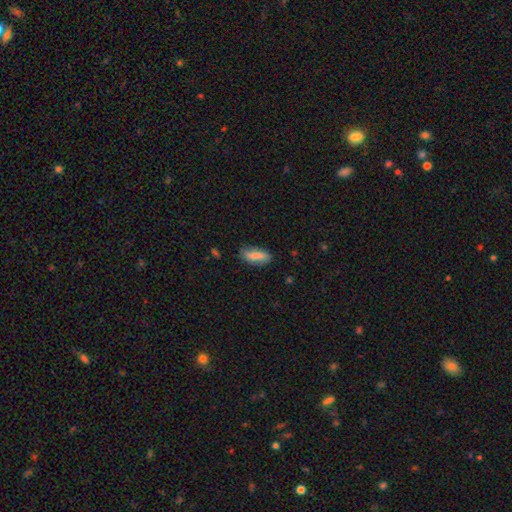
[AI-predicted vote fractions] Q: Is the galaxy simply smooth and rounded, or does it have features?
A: smooth — 75%.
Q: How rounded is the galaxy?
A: in between — 74%.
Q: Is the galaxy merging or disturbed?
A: none — 72%.